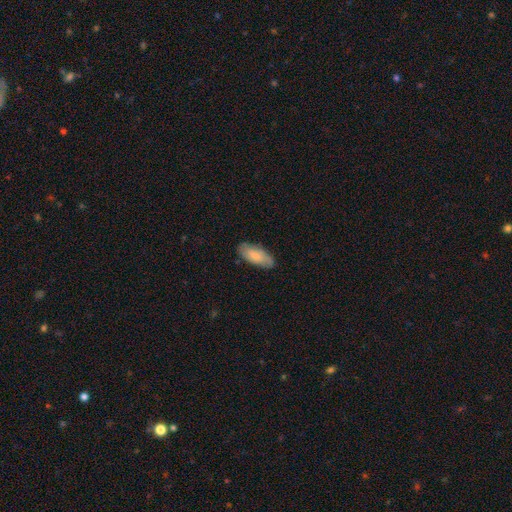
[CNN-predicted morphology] smooth-or-featured: smooth: 75% | featured or disk: 19% | star or artifact: 6%
  how-rounded: in between: 86% | cigar-shaped: 12% | round: 2%
  merging: none: 79% | minor disturbance: 17% | major disturbance: 3% | merger: 1%